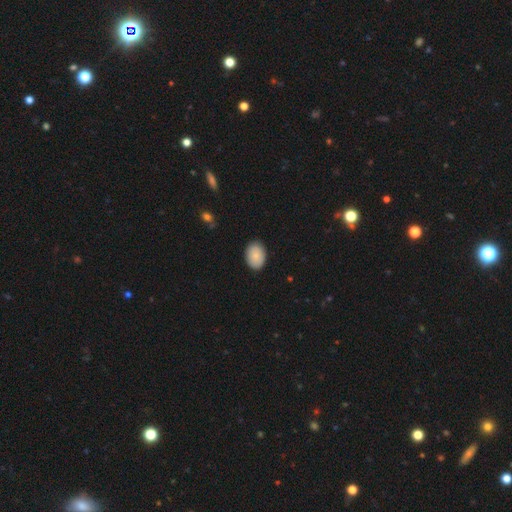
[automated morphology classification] smooth-or-featured: smooth: 87% | star or artifact: 7% | featured or disk: 7%
  how-rounded: in between: 81% | round: 18% | cigar-shaped: 1%
  merging: none: 88% | minor disturbance: 9% | major disturbance: 2% | merger: 1%